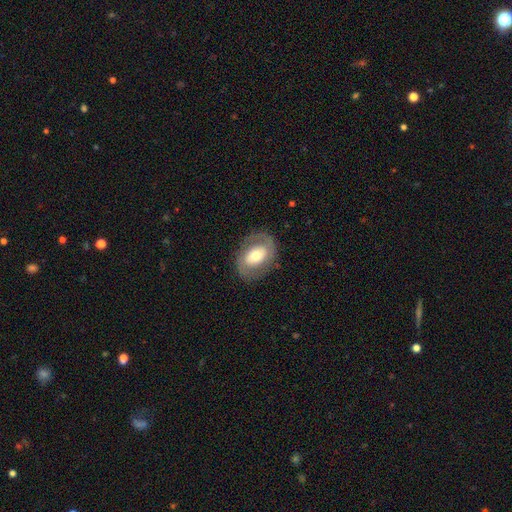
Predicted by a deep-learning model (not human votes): The model was most divided on "bar": no: 52%, weak: 30%, strong: 18%. More confident: edge-on disk — no (96%); merging — none (81%); spiral arms — yes (69%); smooth or featured — featured or disk (64%); bulge size — moderate (60%).